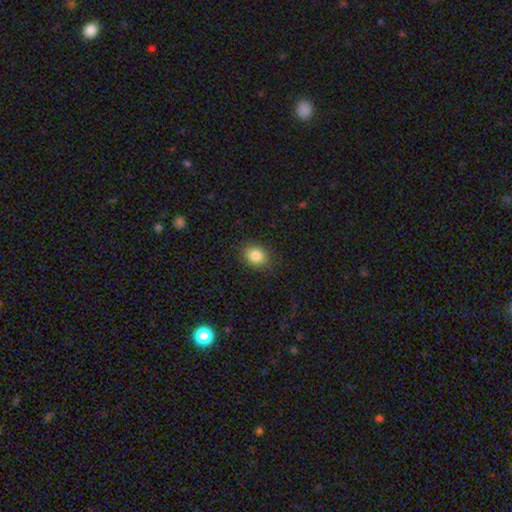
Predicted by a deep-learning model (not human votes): A smooth galaxy with no disk features (84%) that is round (53%). Merging: none (86%).